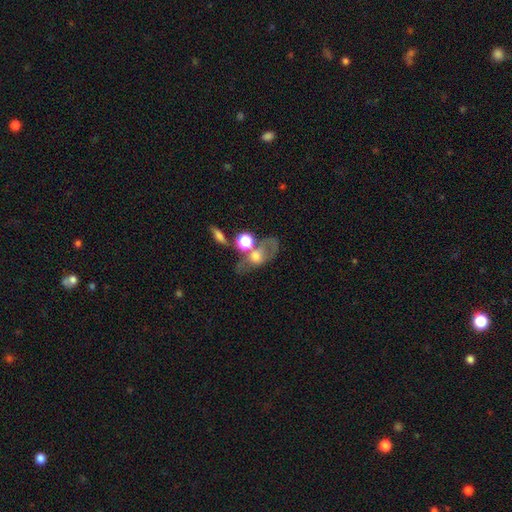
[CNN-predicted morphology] Overall: featured or disk (43%, tied with smooth). Merging: none (36%; merger 33%).